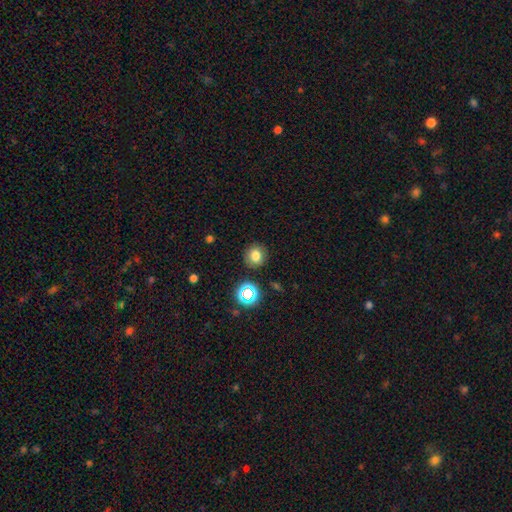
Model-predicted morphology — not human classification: Smooth or featured?
  - smooth: 77% *
  - star or artifact: 16%
  - featured or disk: 8%
How rounded?
  - round: 87% *
  - in between: 12%
  - cigar-shaped: 1%
Merging?
  - none: 88% *
  - minor disturbance: 7%
  - major disturbance: 3%
  - merger: 2%